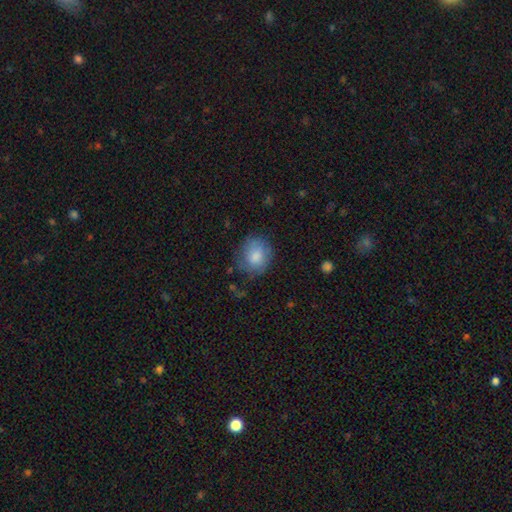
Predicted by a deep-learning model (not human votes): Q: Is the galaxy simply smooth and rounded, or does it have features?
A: smooth — 78%.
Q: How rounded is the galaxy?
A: round — 73%.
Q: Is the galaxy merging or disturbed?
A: none — 68%.